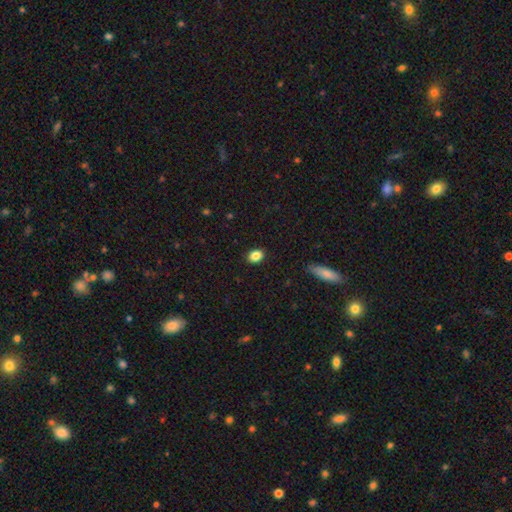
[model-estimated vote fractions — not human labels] Smooth or featured? Predicted: smooth (p=0.87). How rounded? Predicted: in between (p=0.64). Merging? Predicted: none (p=0.89).